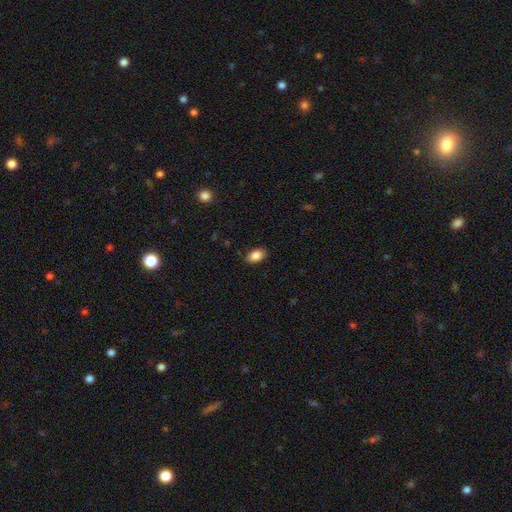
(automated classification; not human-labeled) This appears to be a smooth galaxy with no disk features (86%) that is in between round and cigar-shaped (89%). Merging: none (85%).